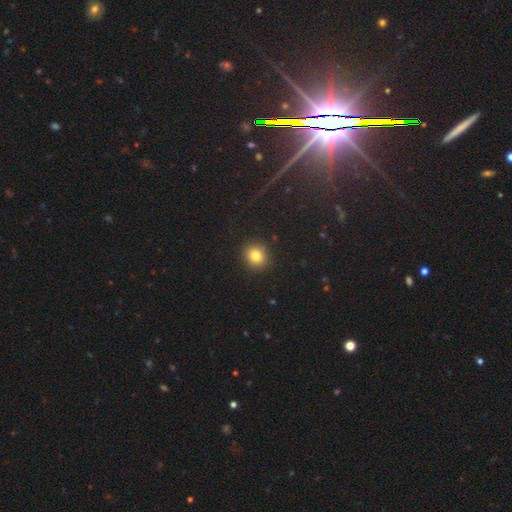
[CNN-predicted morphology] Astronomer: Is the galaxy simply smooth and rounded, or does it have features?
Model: smooth — 81%.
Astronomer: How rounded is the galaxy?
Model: round — 82%.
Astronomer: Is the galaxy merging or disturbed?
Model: none — 90%.